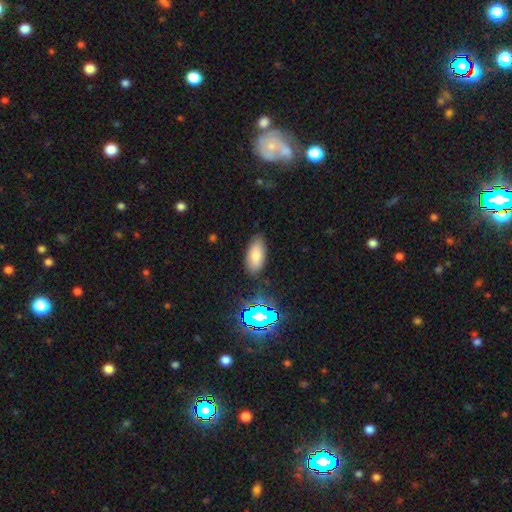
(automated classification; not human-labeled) The model was most divided on "smooth or featured": smooth: 71%, star or artifact: 17%, featured or disk: 11%. More confident: how rounded — in between (89%); merging — none (83%).